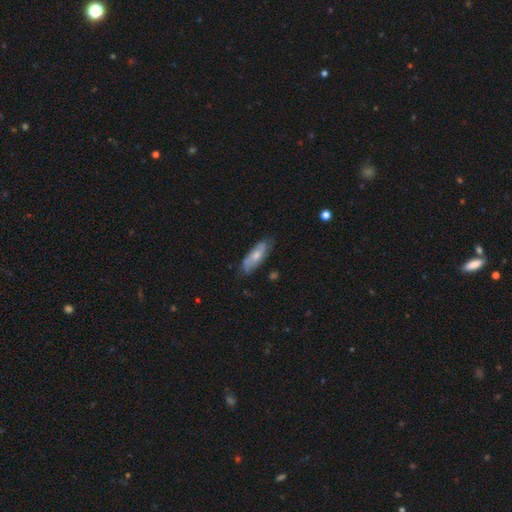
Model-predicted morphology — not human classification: smooth_or_featured: smooth (p=0.52) [alt: featured or disk p=0.42]
how_rounded: in between (p=0.62) [alt: cigar-shaped p=0.36]
merging: none (p=0.72) [alt: minor disturbance p=0.21]